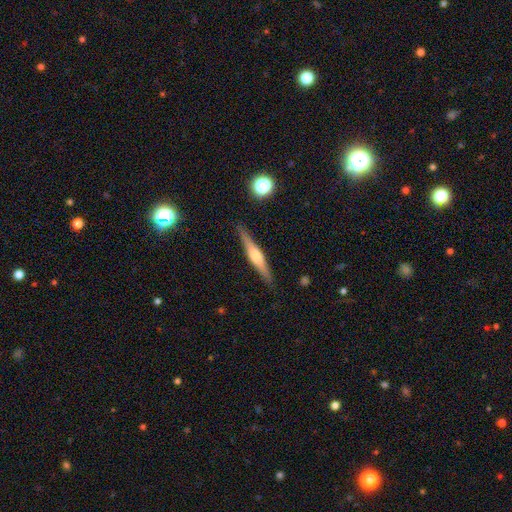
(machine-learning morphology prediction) Q: Smooth or featured?
A: featured or disk (65%); runner-up: smooth (29%)
Q: Edge-on disk?
A: yes (97%); runner-up: no (3%)
Q: Edge-on bulge?
A: rounded (87%); runner-up: boxy (8%)
Q: Merging?
A: none (89%); runner-up: minor disturbance (8%)